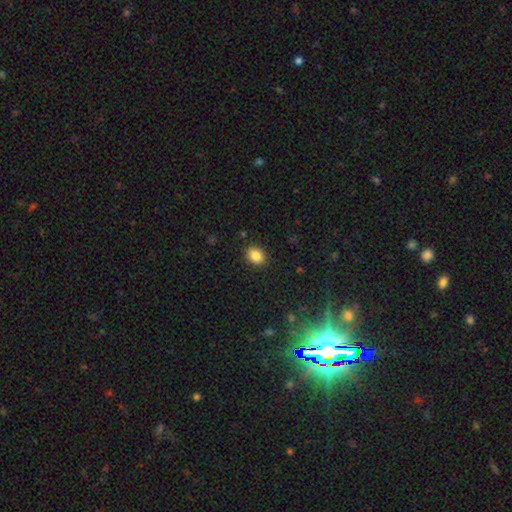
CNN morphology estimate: A smooth galaxy with no disk features (85%) that is in between round and cigar-shaped (60%). Merging: none (89%).